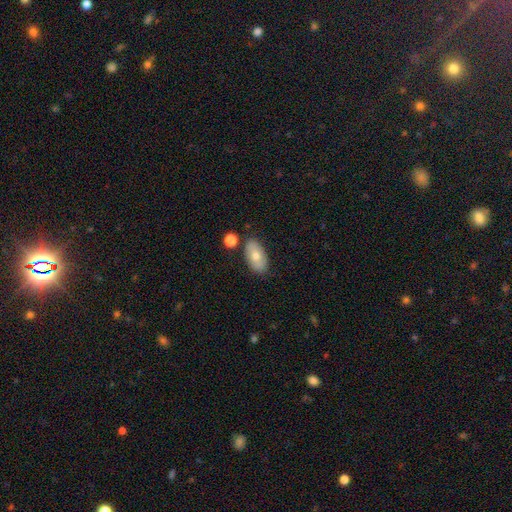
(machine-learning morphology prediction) smooth-or-featured: smooth: 71% | featured or disk: 22% | star or artifact: 7%
  how-rounded: in between: 93% | round: 5% | cigar-shaped: 2%
  merging: none: 78% | minor disturbance: 13% | merger: 6% | major disturbance: 3%